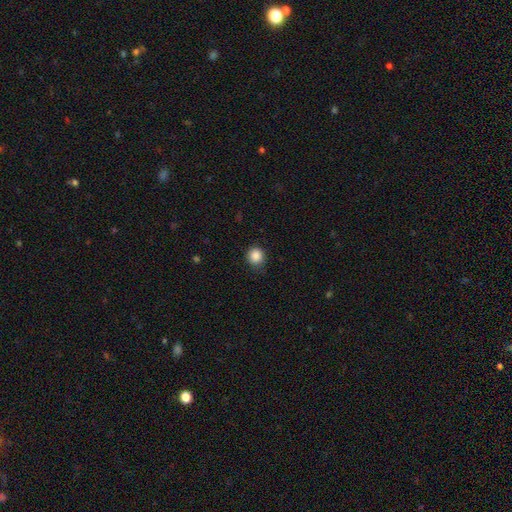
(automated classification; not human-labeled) smooth-or-featured: smooth: 87% | star or artifact: 10% | featured or disk: 3%
  how-rounded: round: 87% | in between: 12% | cigar-shaped: 1%
  merging: none: 81% | minor disturbance: 15% | major disturbance: 3% | merger: 1%